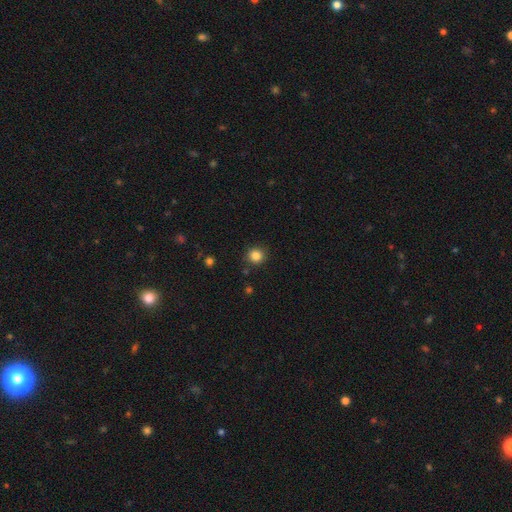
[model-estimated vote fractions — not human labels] This appears to be a smooth galaxy with no disk features (84%) that is round (91%). Merging: none (89%).